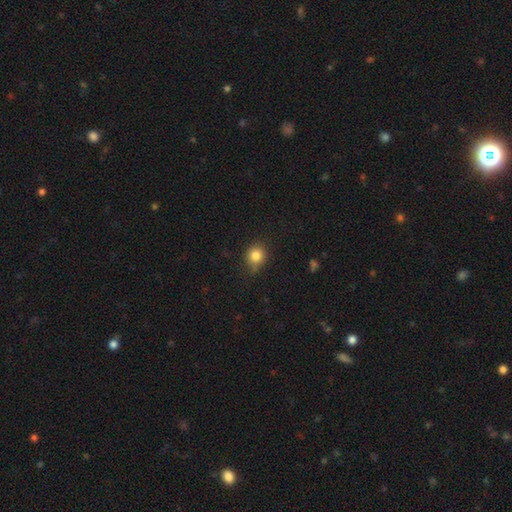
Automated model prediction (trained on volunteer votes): Smooth or featured? Predicted: smooth (p=0.82). How rounded? Predicted: round (p=0.83). Merging? Predicted: none (p=0.72).